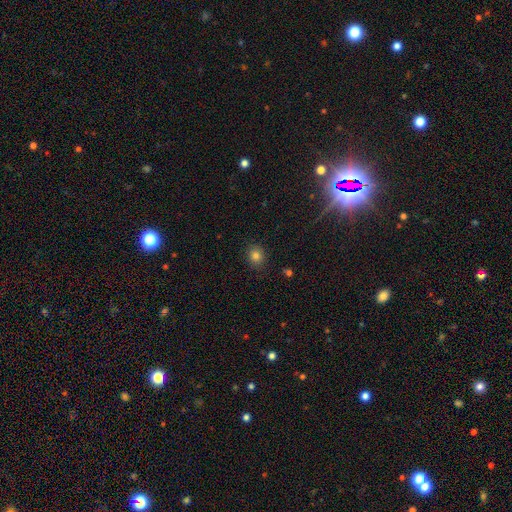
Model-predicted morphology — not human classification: Smooth or featured? Predicted: smooth (p=0.81). How rounded? Predicted: round (p=0.73). Merging? Predicted: none (p=0.88).